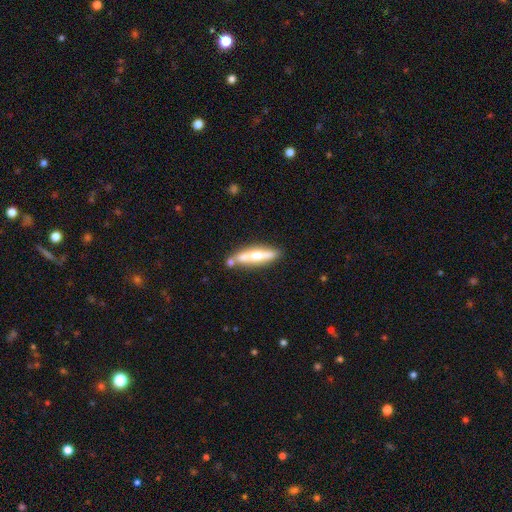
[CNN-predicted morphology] smooth_or_featured: featured or disk (p=0.49) [alt: smooth p=0.45]
merging: none (p=0.68) [alt: minor disturbance p=0.14]